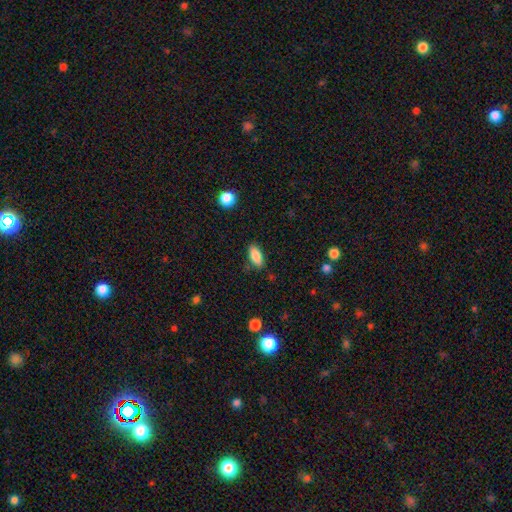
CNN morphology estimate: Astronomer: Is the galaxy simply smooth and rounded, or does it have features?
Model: smooth — 86%.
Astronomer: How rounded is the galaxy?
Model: in between — 86%.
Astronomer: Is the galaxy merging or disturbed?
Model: none — 81%.